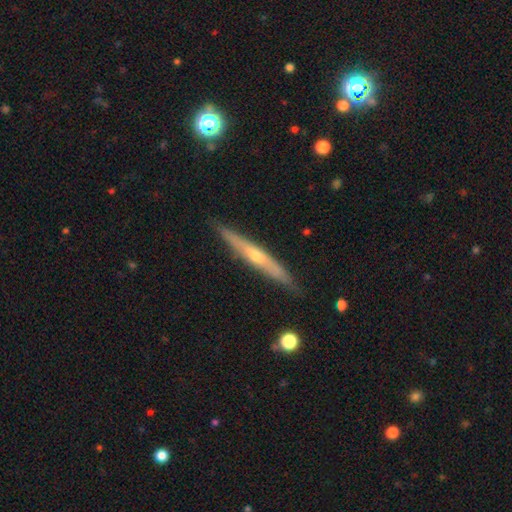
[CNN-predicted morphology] Smooth or featured: featured or disk — 74% (smooth — 20%)
Edge-on disk: yes — 97% (no — 3%)
Edge-on bulge: rounded — 80% (none — 17%)
Merging: none — 90% (minor disturbance — 8%)